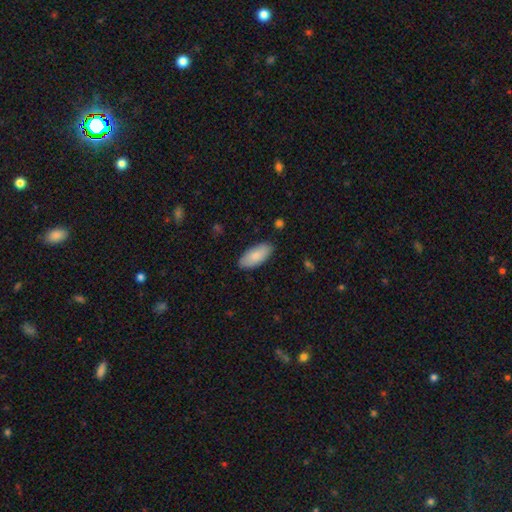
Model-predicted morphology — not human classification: Smooth or featured? Predicted: smooth (p=0.85). How rounded? Predicted: in between (p=0.90). Merging? Predicted: none (p=0.86).